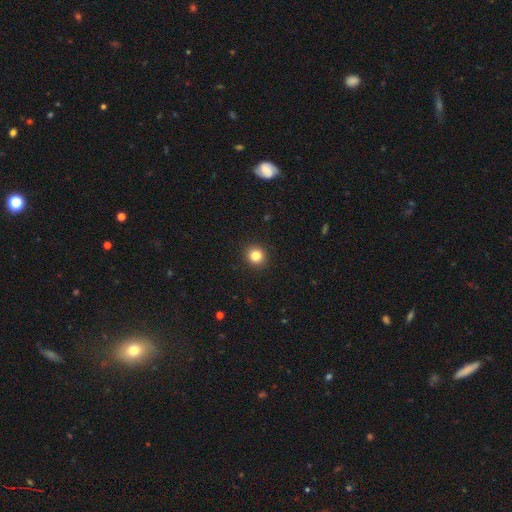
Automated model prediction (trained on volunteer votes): Overall: smooth (82%). How rounded: round (89%). Merging: none (92%).